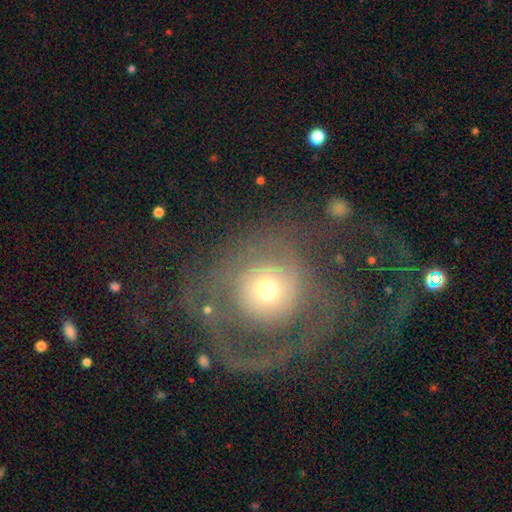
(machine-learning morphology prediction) featured or disk 66%, smooth 23%, star or artifact 11%. Down the decision tree: edge-on disk — no (96%); bar — no (85%); spiral arms — yes (57%); bulge size — moderate (51%); merging — major disturbance (45%).